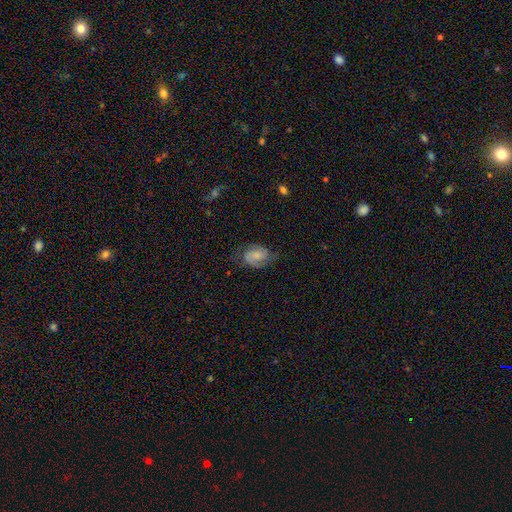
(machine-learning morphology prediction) Overall: featured or disk (51%; smooth 40%). Edge-on disk: no (97%). Merging: none (60%; minor disturbance 25%).